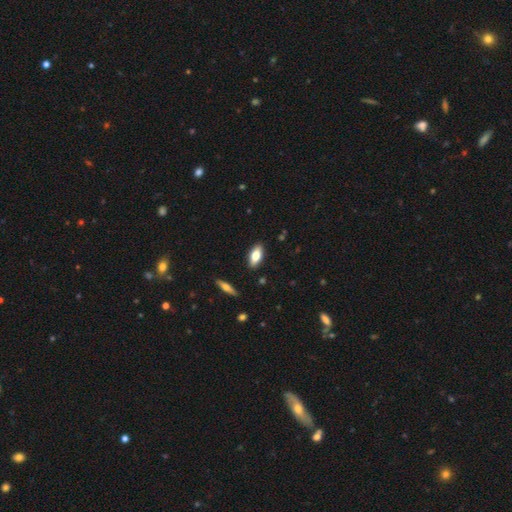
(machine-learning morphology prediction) smooth-or-featured: smooth: 71% | featured or disk: 22% | star or artifact: 7%
  how-rounded: in between: 81% | cigar-shaped: 16% | round: 2%
  merging: none: 87% | minor disturbance: 9% | major disturbance: 2% | merger: 1%